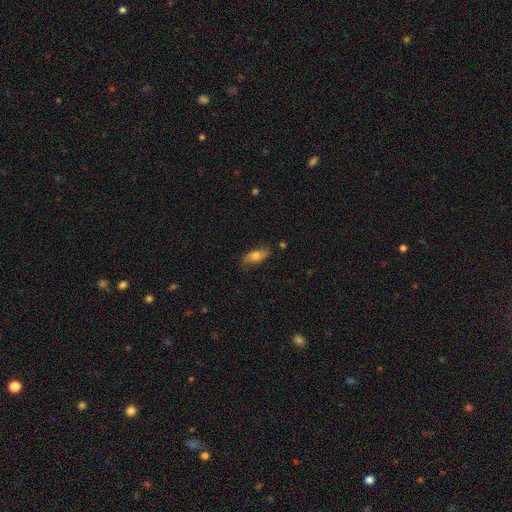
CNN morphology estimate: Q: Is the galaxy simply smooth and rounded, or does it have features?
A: smooth — 66%.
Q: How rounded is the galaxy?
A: in between — 80%.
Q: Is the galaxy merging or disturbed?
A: none — 79%.